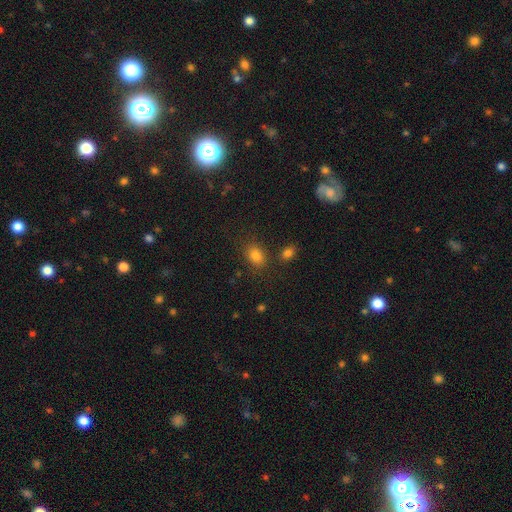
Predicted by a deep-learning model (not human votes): This appears to be a smooth galaxy with no disk features (82%) that is in between round and cigar-shaped (68%). Merging: none (77%).